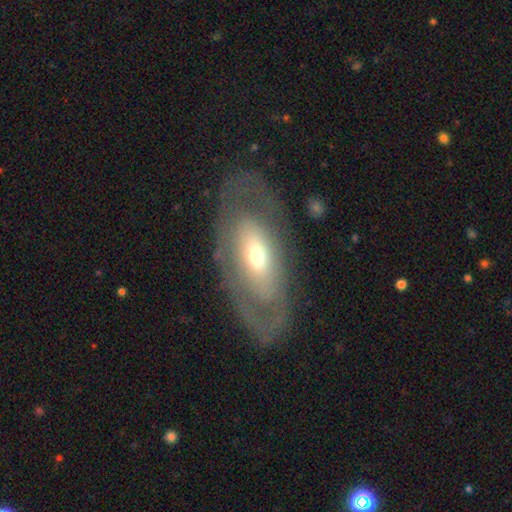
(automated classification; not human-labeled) A featured or disk galaxy (64%) with no bar (72%), no spiral arms (64%) and a moderate central bulge (58%).

Vote fractions:
- Smooth or featured? featured or disk: 64% / smooth: 31% / star or artifact: 6%
- Edge-on disk? no: 87% / yes: 13%
- Bar? no: 72% / weak: 20% / strong: 9%
- Spiral arms? no: 64% / yes: 36%
- Bulge size? moderate: 58% / small: 31% / large: 9% / dominant: 1% / none: 1%
- Merging? none: 75% / minor disturbance: 14% / major disturbance: 9% / merger: 1%